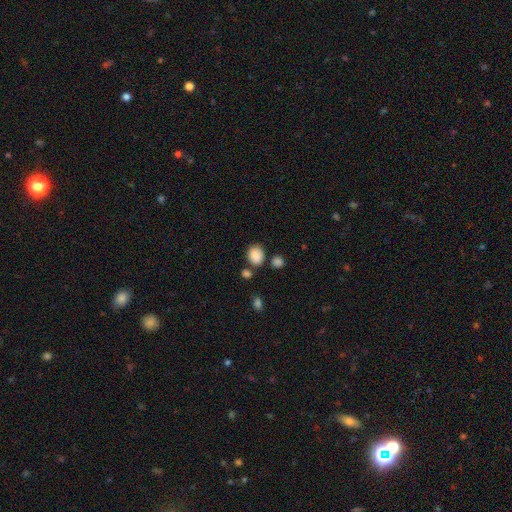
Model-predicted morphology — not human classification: smooth_or_featured: smooth (p=0.87) [alt: star or artifact p=0.09]
how_rounded: round (p=0.57) [alt: in between p=0.42]
merging: none (p=0.68) [alt: minor disturbance p=0.15]